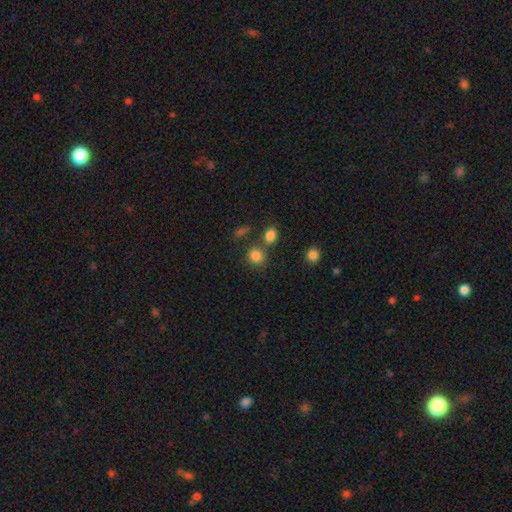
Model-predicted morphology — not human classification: Smooth or featured? Predicted: smooth (p=0.83). How rounded? Predicted: round (p=0.84). Merging? Predicted: none (p=0.67).